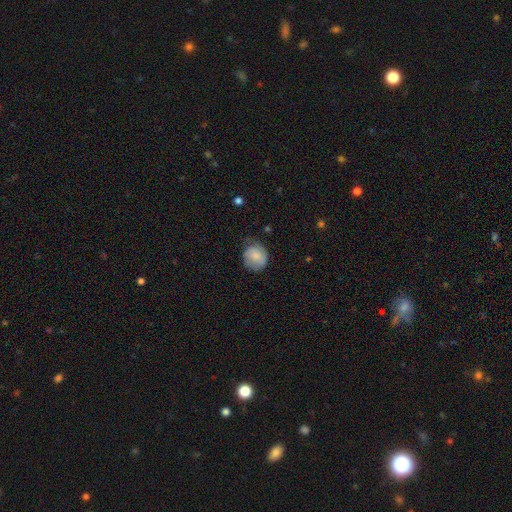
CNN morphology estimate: smooth 77%, featured or disk 16%, star or artifact 7%. Down the decision tree: how rounded — round (77%); merging — none (61%).